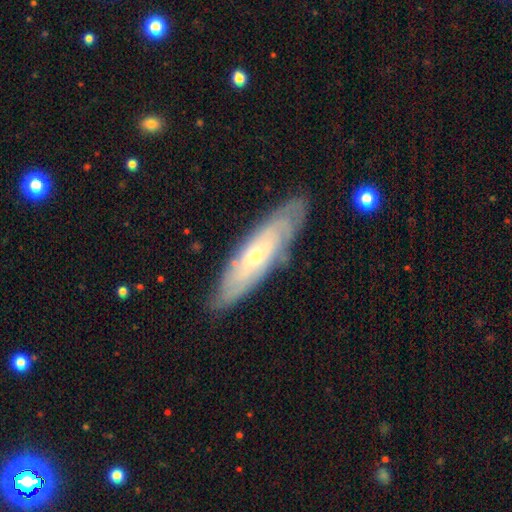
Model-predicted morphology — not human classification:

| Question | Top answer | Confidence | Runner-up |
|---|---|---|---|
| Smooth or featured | featured or disk | 75% | smooth (19%) |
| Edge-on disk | no | 73% | yes (27%) |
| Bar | no | 69% | weak (24%) |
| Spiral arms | yes | 86% | no (14%) |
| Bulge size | small | 64% | moderate (33%) |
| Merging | none | 82% | minor disturbance (13%) |